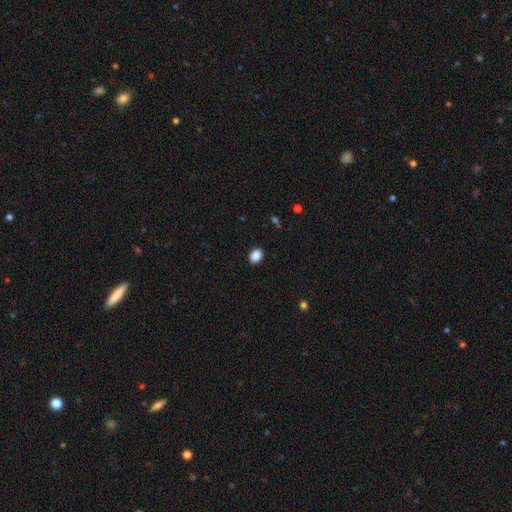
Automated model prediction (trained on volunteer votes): Smooth or featured? smooth (88%)
How rounded? in between (64%)
Merging? none (90%)